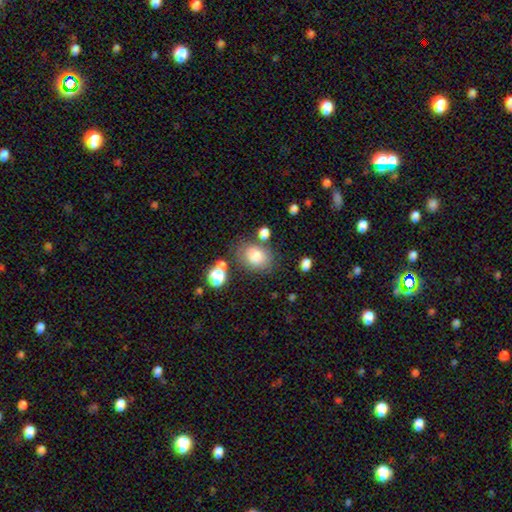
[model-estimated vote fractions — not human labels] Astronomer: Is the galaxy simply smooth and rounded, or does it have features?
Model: smooth — 78%.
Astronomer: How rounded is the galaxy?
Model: in between — 60% (runner-up: round, 39%).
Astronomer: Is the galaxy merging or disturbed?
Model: none — 67%.